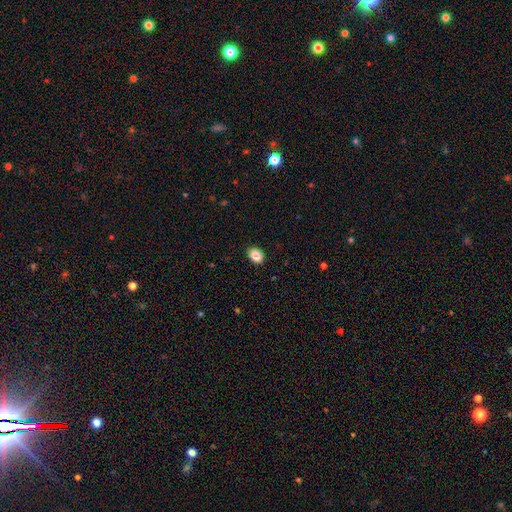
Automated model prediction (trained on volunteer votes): Morphology: type=smooth (88%); roundness=in between (75%); merging=none (90%).